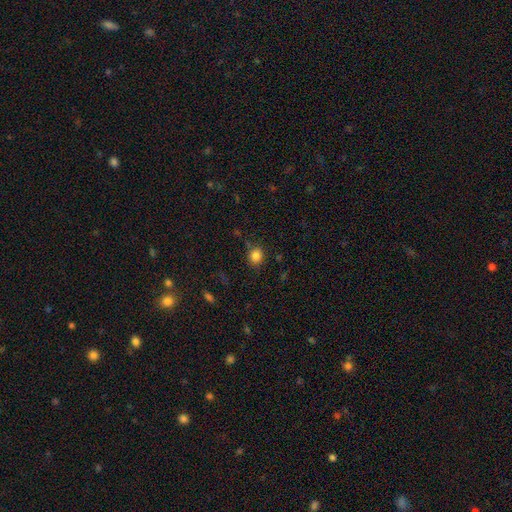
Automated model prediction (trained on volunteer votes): Smooth or featured? smooth (84%)
How rounded? round (75%)
Merging? none (83%)